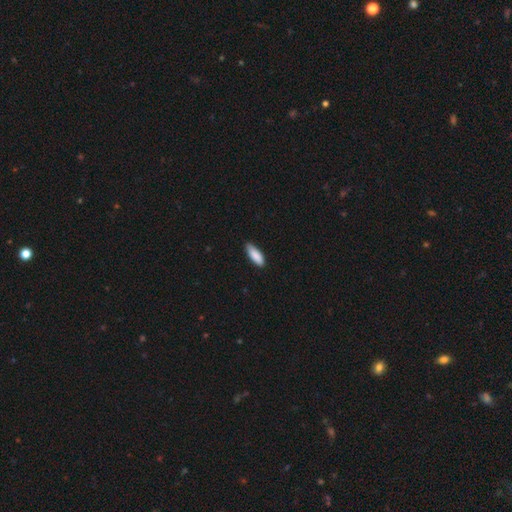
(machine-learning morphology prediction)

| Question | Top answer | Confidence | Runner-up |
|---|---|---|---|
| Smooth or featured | smooth | 89% | star or artifact (6%) |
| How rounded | in between | 69% | cigar-shaped (29%) |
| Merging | none | 82% | minor disturbance (15%) |